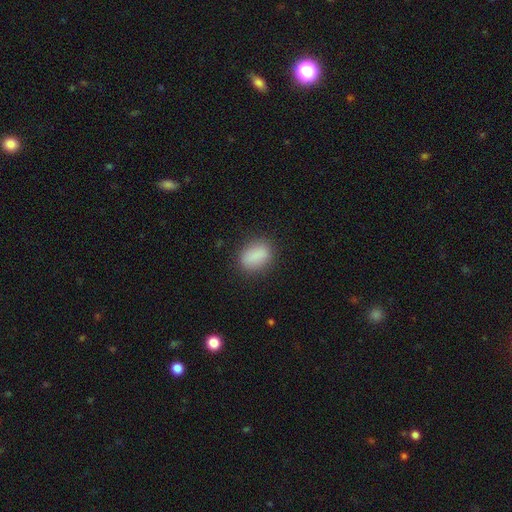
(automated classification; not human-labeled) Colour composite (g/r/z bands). It shows a smooth galaxy with no disk features (85%) that is in between round and cigar-shaped (75%). Merging: none (82%).